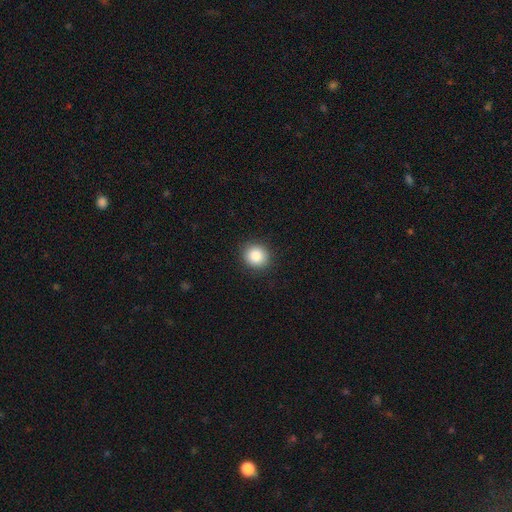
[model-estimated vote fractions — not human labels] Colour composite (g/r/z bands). It shows a smooth galaxy with no disk features (87%) that is round (84%). Merging: none (91%).